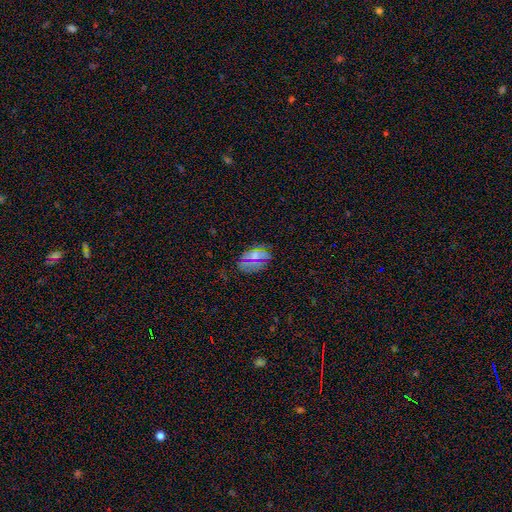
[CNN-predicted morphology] Smooth or featured? Predicted: smooth (p=0.54). How rounded? Predicted: in between (p=0.84). Merging? Predicted: none (p=0.79).